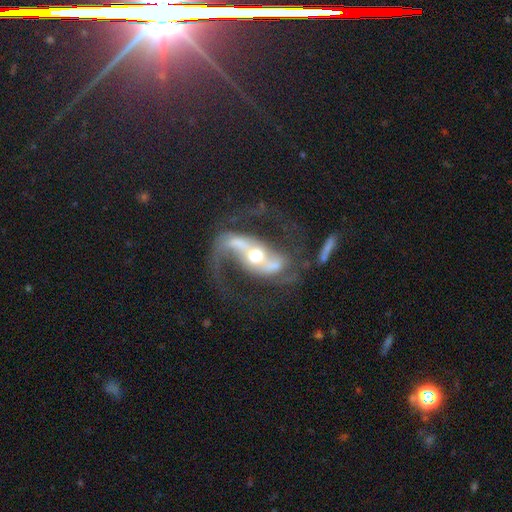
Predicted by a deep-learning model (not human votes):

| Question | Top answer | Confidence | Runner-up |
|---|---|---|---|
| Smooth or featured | featured or disk | 86% | smooth (8%) |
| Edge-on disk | no | 94% | yes (6%) |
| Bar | strong | 48% | no (26%) |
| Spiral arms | yes | 91% | no (9%) |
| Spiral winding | loose | 57% | medium (34%) |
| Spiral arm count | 2 | 85% | 1 (7%) |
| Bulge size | moderate | 69% | small (15%) |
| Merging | none | 54% | major disturbance (25%) |